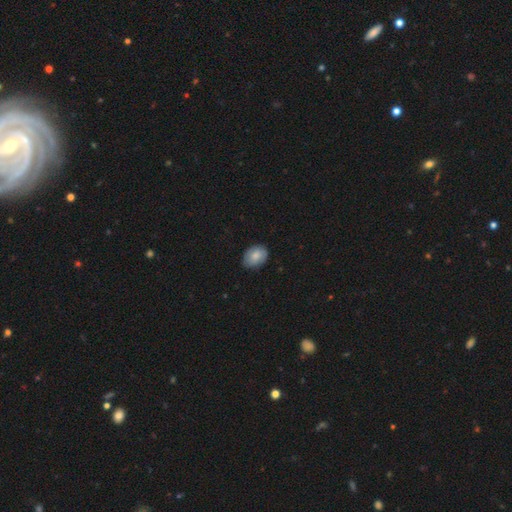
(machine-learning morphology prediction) Smooth or featured? smooth (80%)
How rounded? in between (70%)
Merging? none (80%)